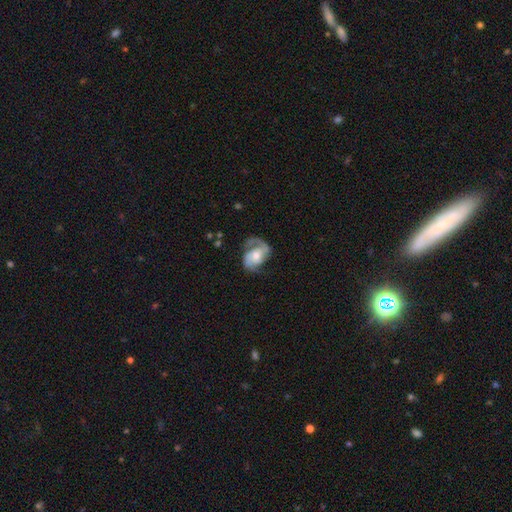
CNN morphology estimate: featured or disk 83%, smooth 12%, star or artifact 5%. Down the decision tree: edge-on disk — no (98%); bar — no (54%); spiral arms — yes (95%); spiral arm count — 2 (82%); spiral winding — medium (50%); bulge size — moderate (56%); merging — none (58%).